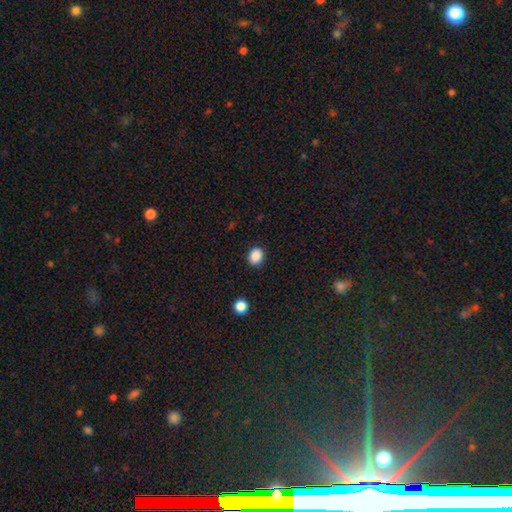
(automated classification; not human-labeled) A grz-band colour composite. It shows a smooth galaxy with no disk features (88%) that is in between round and cigar-shaped (51%). Merging: none (88%).